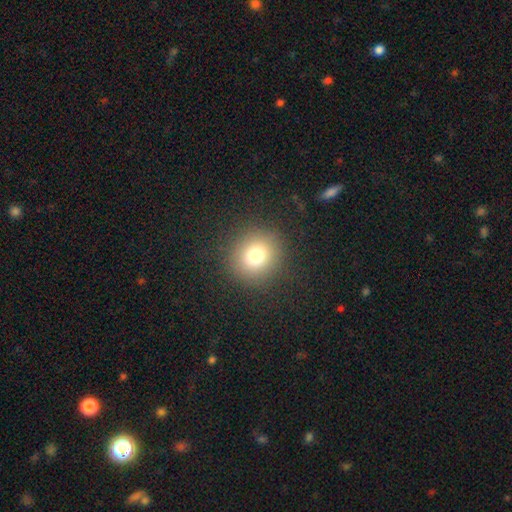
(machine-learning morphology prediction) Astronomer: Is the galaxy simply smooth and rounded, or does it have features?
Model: smooth — 75%.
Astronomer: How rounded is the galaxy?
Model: round — 91%.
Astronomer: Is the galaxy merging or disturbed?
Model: none — 89%.